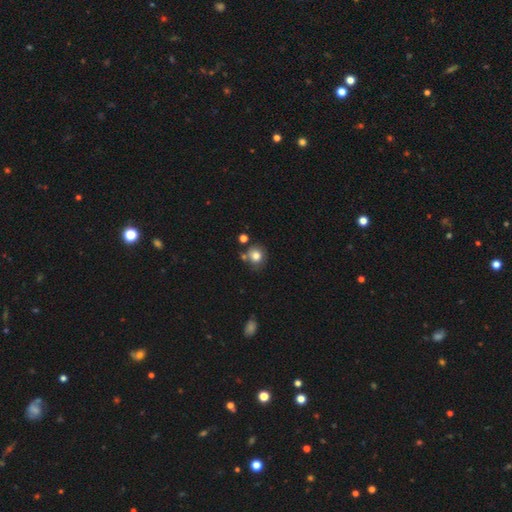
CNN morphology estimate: Overall: smooth (80%). How rounded: round (81%). Merging: none (68%).